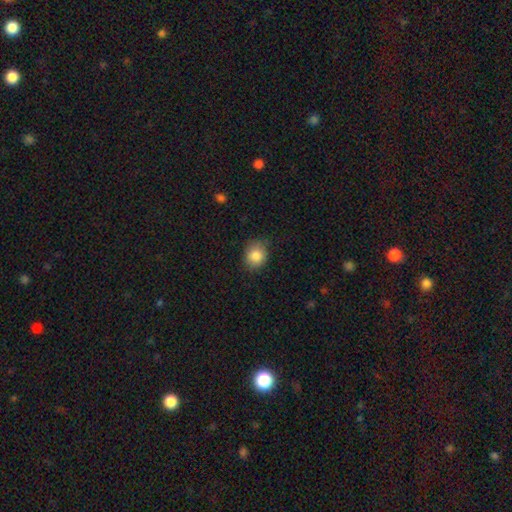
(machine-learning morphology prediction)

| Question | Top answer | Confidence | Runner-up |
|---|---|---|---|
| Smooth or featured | smooth | 85% | star or artifact (9%) |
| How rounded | round | 68% | in between (31%) |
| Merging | none | 80% | minor disturbance (16%) |